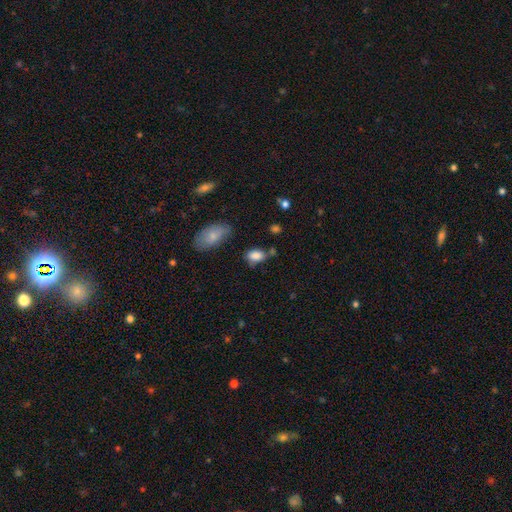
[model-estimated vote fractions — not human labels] This is clearly a smooth galaxy (84%). How rounded: clearly in between (84%). Merging: possibly none (57%).